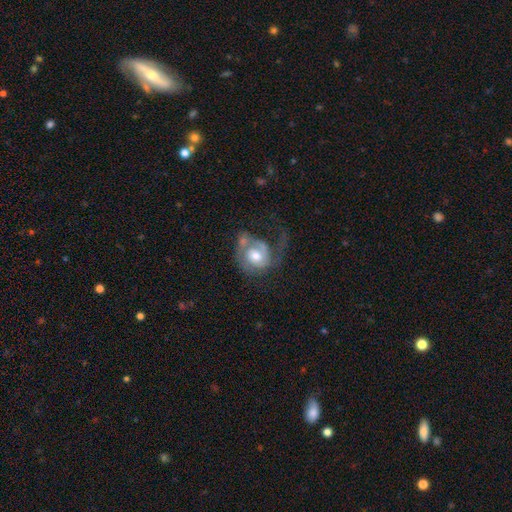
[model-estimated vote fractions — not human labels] This appears to be a featured or disk galaxy (71%) with no bar (69%), 1 (43%) medium (37%) spiral arms (85%) and a moderate central bulge (65%). Merging: major disturbance (40%).